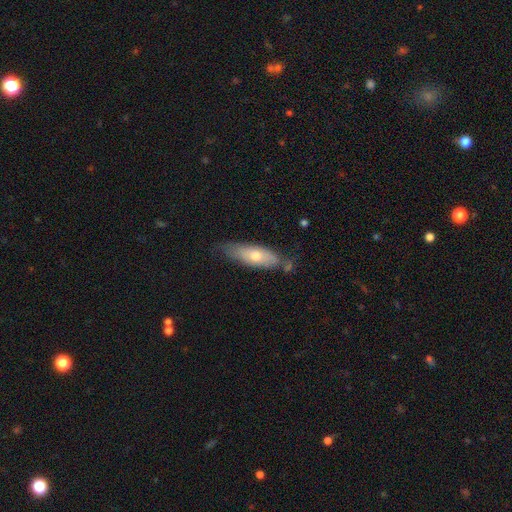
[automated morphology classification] A smooth galaxy with no disk features (59%) that is in between round and cigar-shaped (62%). Merging: none (64%).